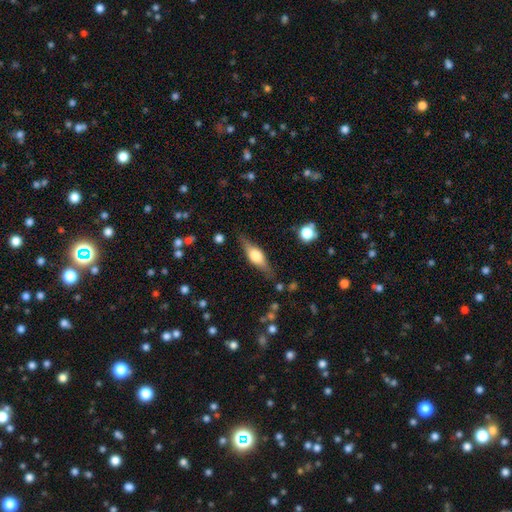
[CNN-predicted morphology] Smooth or featured: featured or disk — 54% (smooth — 40%)
Edge-on disk: yes — 91% (no — 9%)
Merging: none — 79% (minor disturbance — 15%)